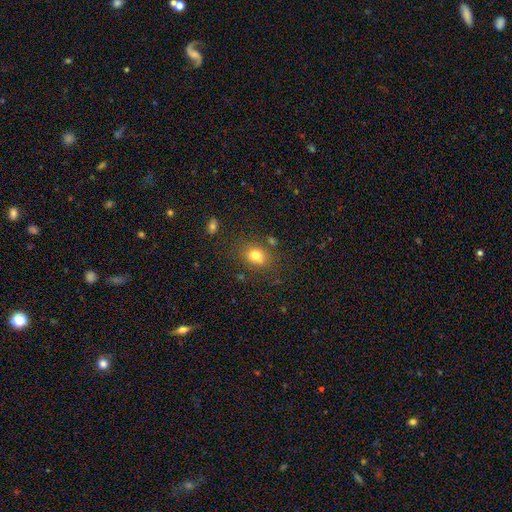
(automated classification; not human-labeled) Smooth or featured?
  - smooth: 77% *
  - star or artifact: 13%
  - featured or disk: 9%
How rounded?
  - in between: 51% *
  - round: 47%
  - cigar-shaped: 1%
Merging?
  - none: 75% *
  - minor disturbance: 14%
  - merger: 7%
  - major disturbance: 5%